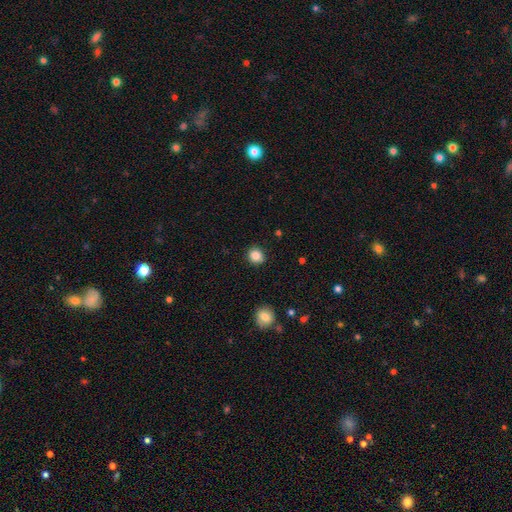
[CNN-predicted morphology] type=smooth (85%); roundness=round (88%); merging=none (89%).